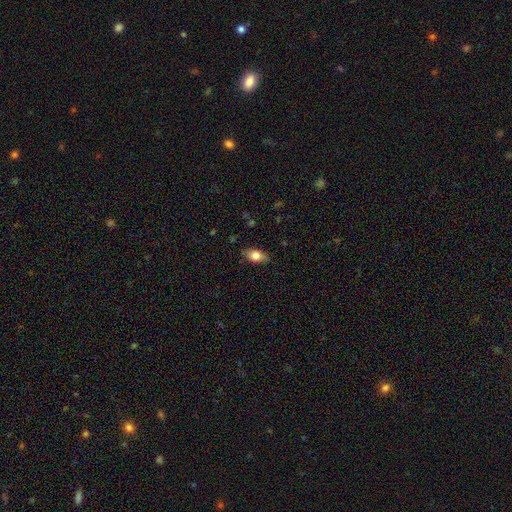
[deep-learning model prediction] smooth_or_featured: smooth (p=0.76) [alt: featured or disk p=0.17]
how_rounded: in between (p=0.87) [alt: cigar-shaped p=0.06]
merging: none (p=0.83) [alt: minor disturbance p=0.13]